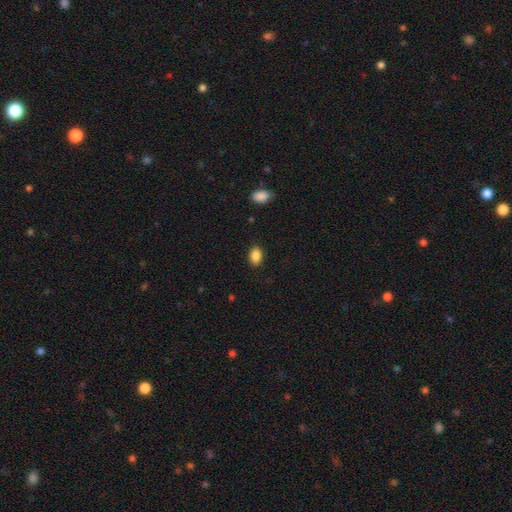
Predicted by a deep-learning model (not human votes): Morphology: type=smooth (87%); roundness=in between (82%); merging=none (88%).